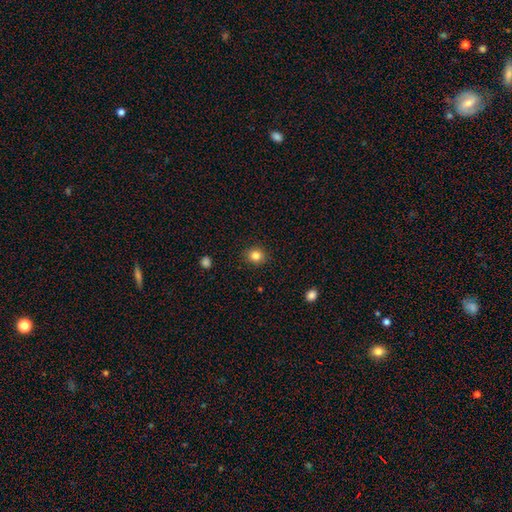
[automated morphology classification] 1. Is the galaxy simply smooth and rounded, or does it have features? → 83% smooth, 11% star or artifact, 5% featured or disk.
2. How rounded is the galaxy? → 78% round, 21% in between, 1% cigar-shaped.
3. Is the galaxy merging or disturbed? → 90% none, 7% minor disturbance, 2% major disturbance, 1% merger.